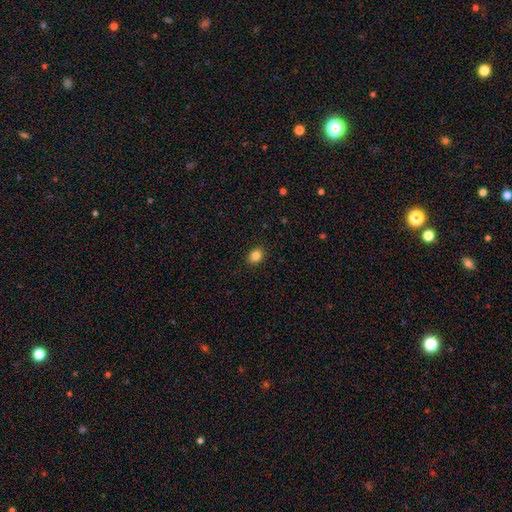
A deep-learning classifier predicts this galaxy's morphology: smooth 84%, star or artifact 10%, featured or disk 5%. Down the decision tree: how rounded — in between (51%); merging — none (90%).